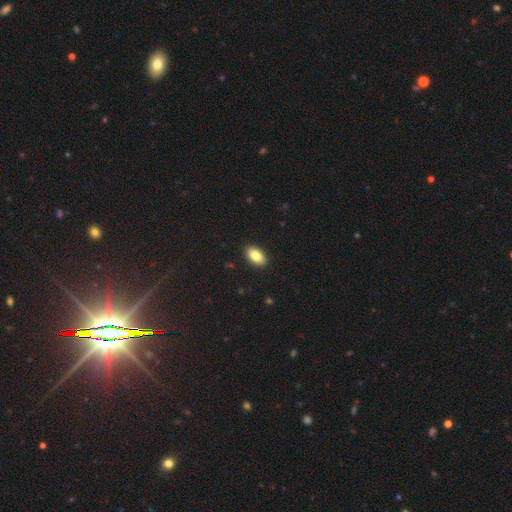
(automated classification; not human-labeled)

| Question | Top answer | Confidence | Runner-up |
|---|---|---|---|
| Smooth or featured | smooth | 86% | star or artifact (7%) |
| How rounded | in between | 93% | round (5%) |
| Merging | none | 90% | minor disturbance (7%) |